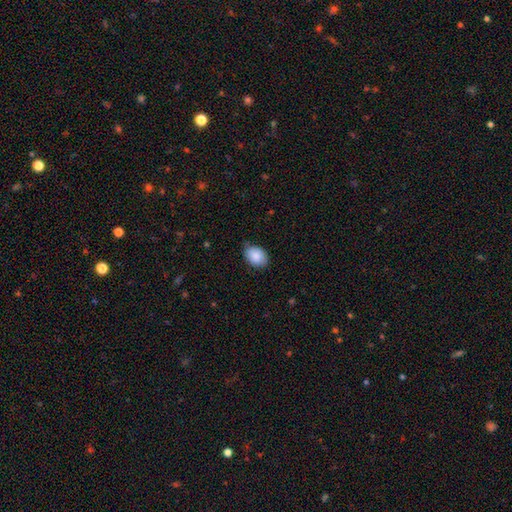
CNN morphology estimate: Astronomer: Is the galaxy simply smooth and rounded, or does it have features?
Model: smooth — 87%.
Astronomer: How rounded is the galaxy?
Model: in between — 75%.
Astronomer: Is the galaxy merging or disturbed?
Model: none — 76%.